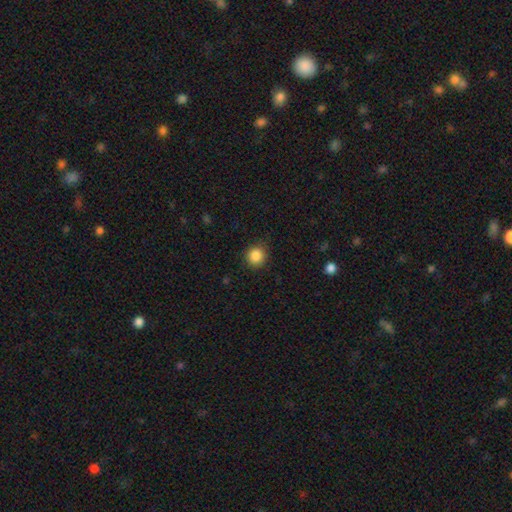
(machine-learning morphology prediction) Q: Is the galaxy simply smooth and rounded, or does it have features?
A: smooth — 86%.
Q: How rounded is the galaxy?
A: round — 92%.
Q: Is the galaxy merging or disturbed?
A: none — 86%.